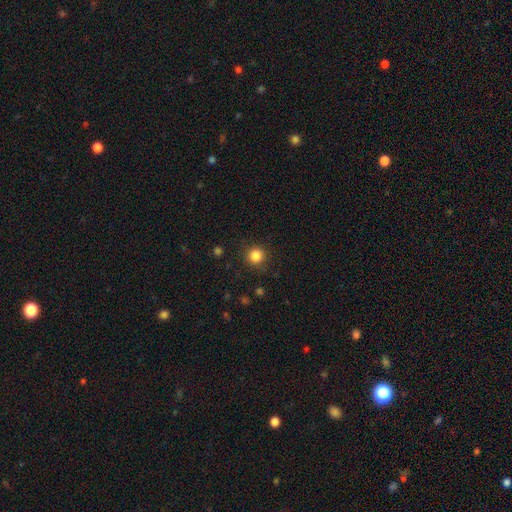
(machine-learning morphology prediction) A smooth galaxy with no disk features (85%) that is round (94%). Merging: none (90%).